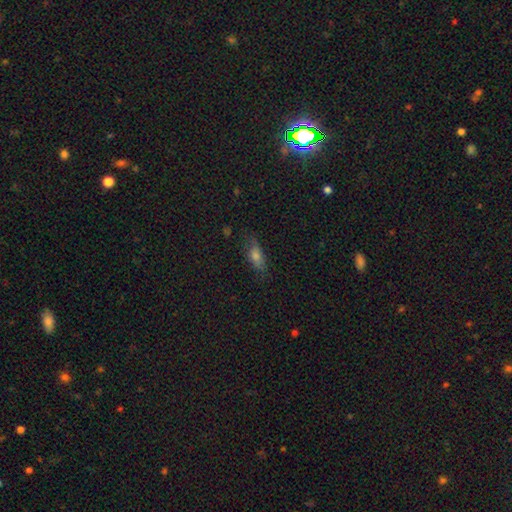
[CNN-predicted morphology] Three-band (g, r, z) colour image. It shows a smooth galaxy with no disk features (59%) that is in between round and cigar-shaped (63%). Merging: none (73%).